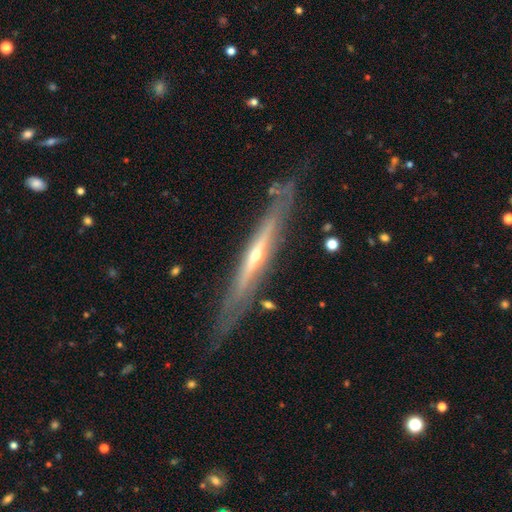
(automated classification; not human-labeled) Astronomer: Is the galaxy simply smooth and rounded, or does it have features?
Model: featured or disk — 81%.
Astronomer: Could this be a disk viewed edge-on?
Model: yes — 88%.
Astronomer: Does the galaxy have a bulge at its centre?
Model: rounded — 74%.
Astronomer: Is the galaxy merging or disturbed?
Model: none — 76%.